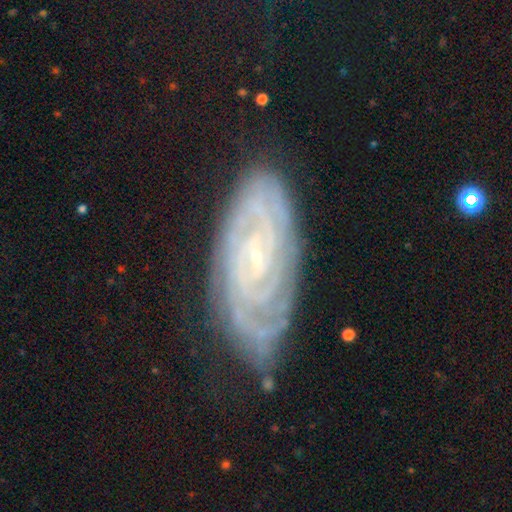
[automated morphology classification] This is clearly a featured or disk galaxy (88%). It is clearly not viewed edge-on (95%). Bar: possibly no (46%). Spiral arm pattern: clearly yes (97%). Spiral arm count: marginally 2 (28%, tied with can't tell). Spiral winding: clearly tight (83%). Central bulge: clearly small (87%). Merging: likely none (72%).